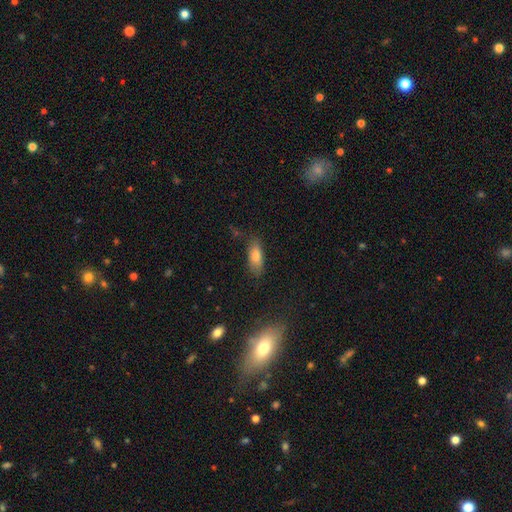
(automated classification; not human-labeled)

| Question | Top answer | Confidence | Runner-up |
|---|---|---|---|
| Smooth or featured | smooth | 77% | featured or disk (15%) |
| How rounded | in between | 75% | cigar-shaped (22%) |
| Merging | none | 73% | minor disturbance (19%) |